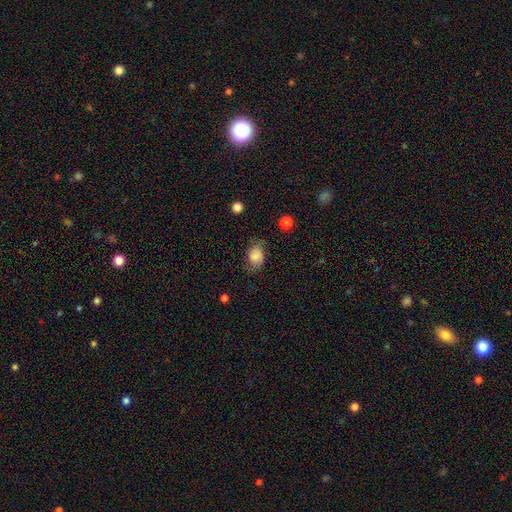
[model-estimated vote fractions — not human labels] This is likely a smooth galaxy (72%). How rounded: likely in between (64%). Merging: possibly none (58%).